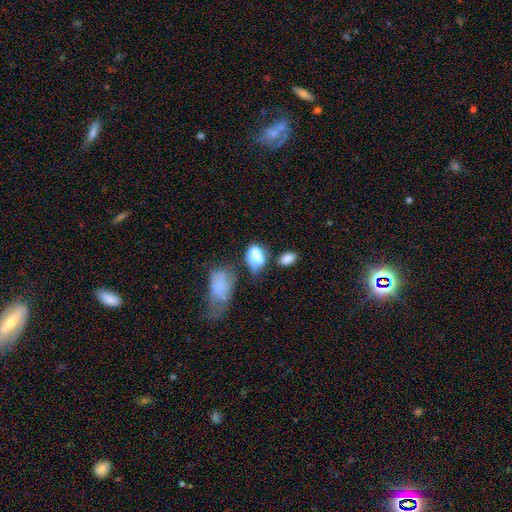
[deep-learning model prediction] Smooth or featured?
  - smooth: 72% *
  - featured or disk: 17%
  - star or artifact: 11%
How rounded?
  - in between: 87% *
  - round: 10%
  - cigar-shaped: 3%
Merging?
  - merger: 29% * (tied)
  - none: 29% * (tied)
  - minor disturbance: 22%
  - major disturbance: 20%